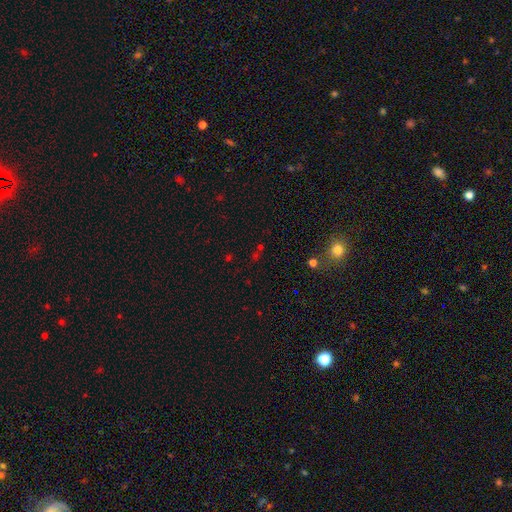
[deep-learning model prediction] A star or artifact, not a galaxy (56%).

Vote fractions:
- Smooth or featured? star or artifact: 56% / smooth: 34% / featured or disk: 9%